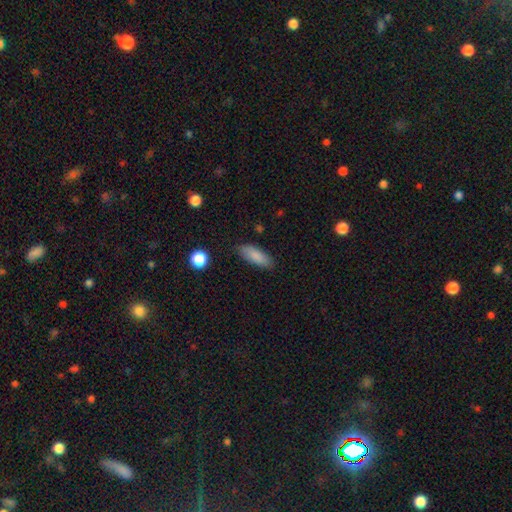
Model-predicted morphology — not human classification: This appears to be a smooth galaxy with no disk features (86%) that is in between round and cigar-shaped (72%). Merging: none (83%).